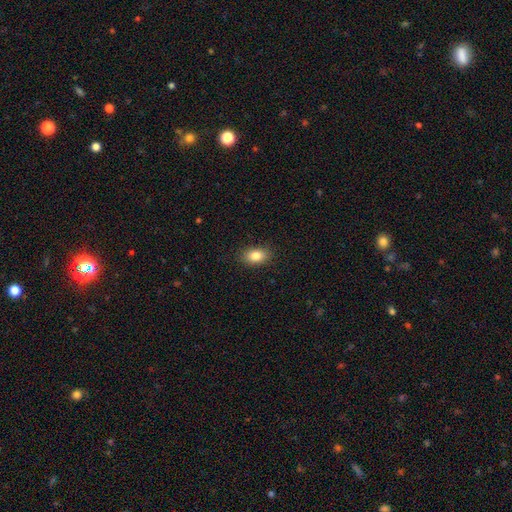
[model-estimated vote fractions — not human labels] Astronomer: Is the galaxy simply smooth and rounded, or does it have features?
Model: smooth — 84%.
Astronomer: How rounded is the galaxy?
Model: in between — 87%.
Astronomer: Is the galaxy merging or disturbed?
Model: none — 88%.